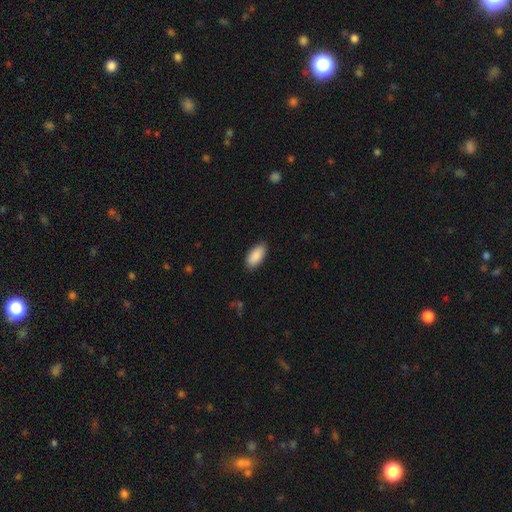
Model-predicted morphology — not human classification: Overall: smooth (90%). How rounded: in between (94%). Merging: none (87%).